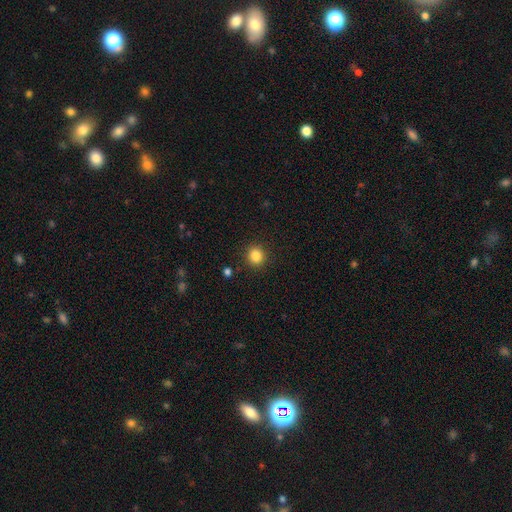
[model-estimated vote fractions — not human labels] Smooth or featured: smooth — 85% (star or artifact — 11%)
How rounded: round — 87% (in between — 12%)
Merging: none — 91% (minor disturbance — 6%)